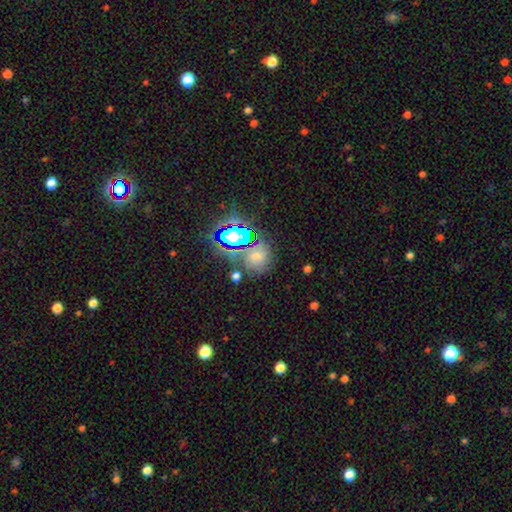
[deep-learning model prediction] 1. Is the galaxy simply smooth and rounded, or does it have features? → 50% star or artifact, 36% smooth, 14% featured or disk.